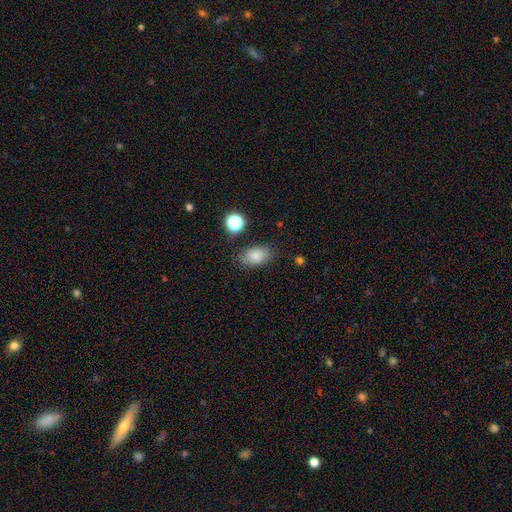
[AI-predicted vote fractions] Smooth or featured?
  - smooth: 84% *
  - star or artifact: 10%
  - featured or disk: 7%
How rounded?
  - in between: 88% *
  - round: 10%
  - cigar-shaped: 2%
Merging?
  - none: 81% *
  - minor disturbance: 13%
  - major disturbance: 4%
  - merger: 2%